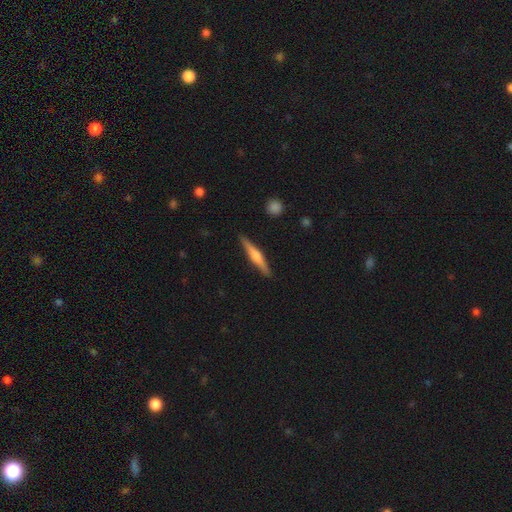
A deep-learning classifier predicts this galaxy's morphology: A featured or disk galaxy (63%) viewed edge-on (97%) with a rounded central bulge (80%). Merging: none (90%).